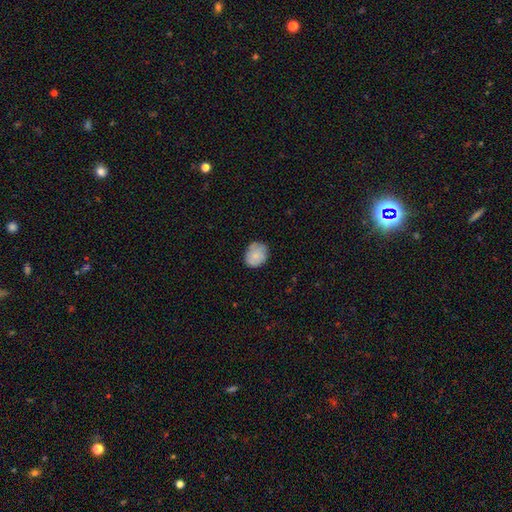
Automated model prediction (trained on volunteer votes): smooth 79%, featured or disk 14%, star or artifact 7%. Down the decision tree: how rounded — round (62%); merging — none (72%).